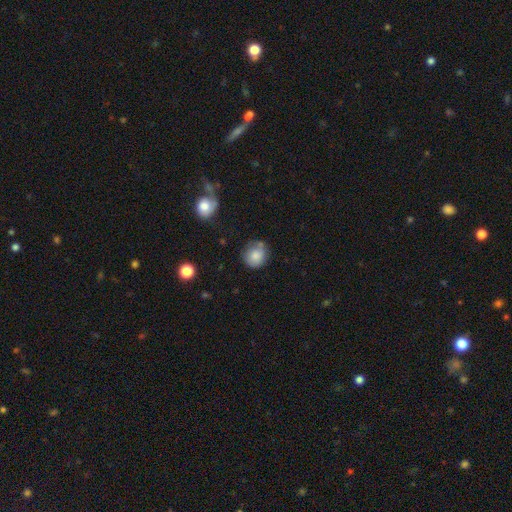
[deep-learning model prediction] smooth_or_featured: smooth (p=0.83) [alt: featured or disk p=0.09]
how_rounded: round (p=0.80) [alt: in between p=0.19]
merging: none (p=0.69) [alt: minor disturbance p=0.21]